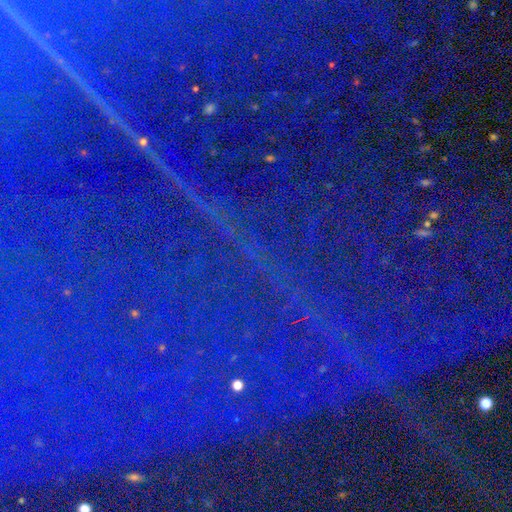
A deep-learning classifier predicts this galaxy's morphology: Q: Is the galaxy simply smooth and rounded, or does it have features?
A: star or artifact — 88%.